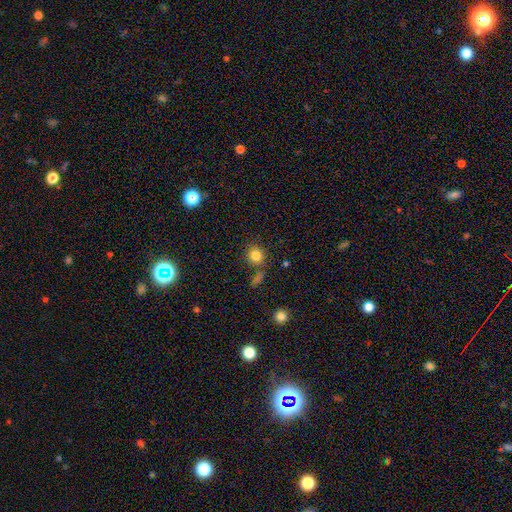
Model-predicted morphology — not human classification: A smooth galaxy with no disk features (82%) that is round (90%).

Vote fractions:
- Smooth or featured? smooth: 82% / star or artifact: 12% / featured or disk: 6%
- How rounded? round: 90% / in between: 9% / cigar-shaped: 1%
- Merging? none: 76% / minor disturbance: 11% / merger: 9% / major disturbance: 4%